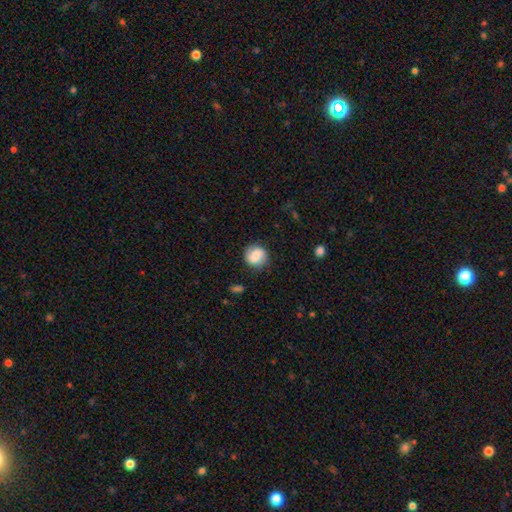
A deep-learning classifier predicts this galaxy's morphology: smooth 59%, featured or disk 33%, star or artifact 8%. Down the decision tree: how rounded — round (86%); merging — none (80%).